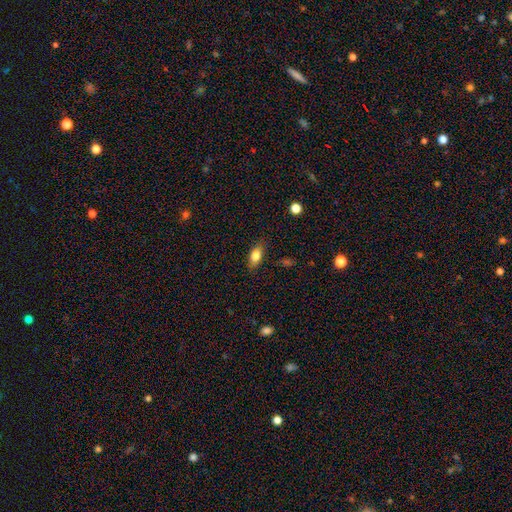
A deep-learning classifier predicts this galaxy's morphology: Q: Smooth or featured?
A: smooth (79%); runner-up: featured or disk (13%)
Q: How rounded?
A: in between (83%); runner-up: cigar-shaped (11%)
Q: Merging?
A: none (83%); runner-up: minor disturbance (12%)